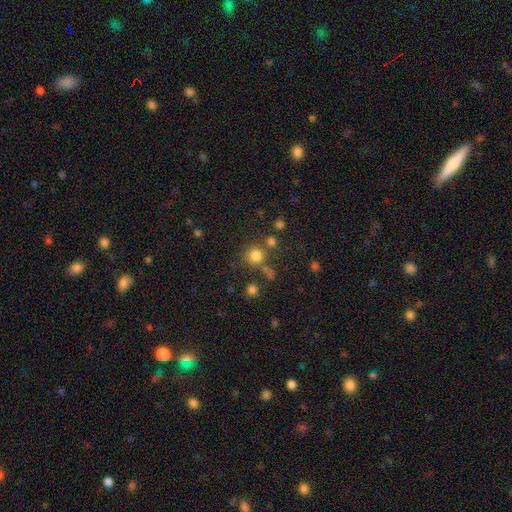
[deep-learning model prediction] This appears to be a smooth galaxy with no disk features (79%) that is round (91%). Merging: none (72%).